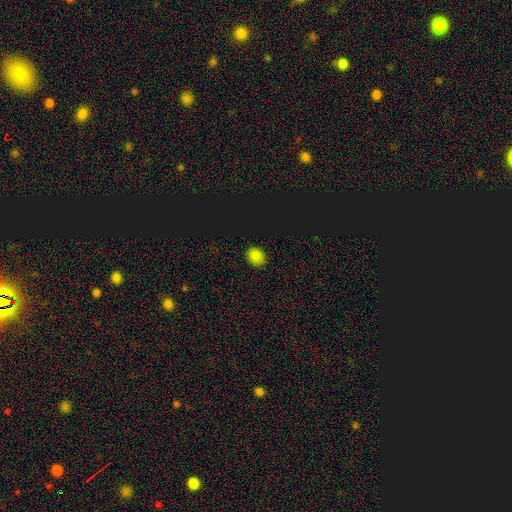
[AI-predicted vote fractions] A smooth galaxy with no disk features (78%) that is round (60%). Merging: none (86%).